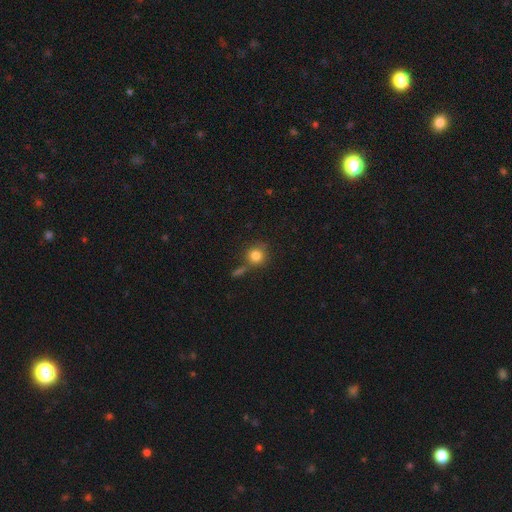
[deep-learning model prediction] smooth-or-featured: smooth: 82% | star or artifact: 11% | featured or disk: 7%
  how-rounded: round: 89% | in between: 9% | cigar-shaped: 1%
  merging: none: 68% | merger: 14% | minor disturbance: 13% | major disturbance: 5%